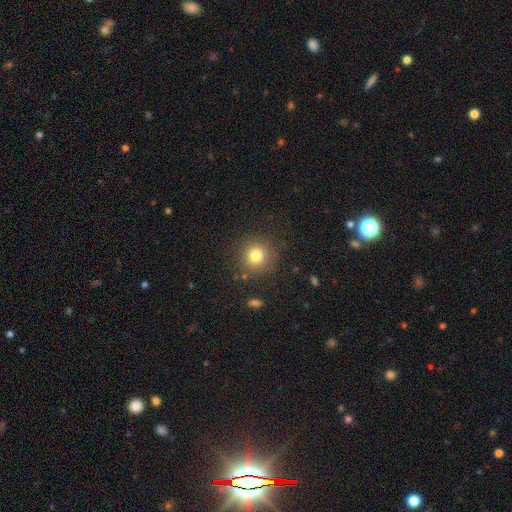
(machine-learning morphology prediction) Overall: smooth (78%). How rounded: round (91%). Merging: none (83%).